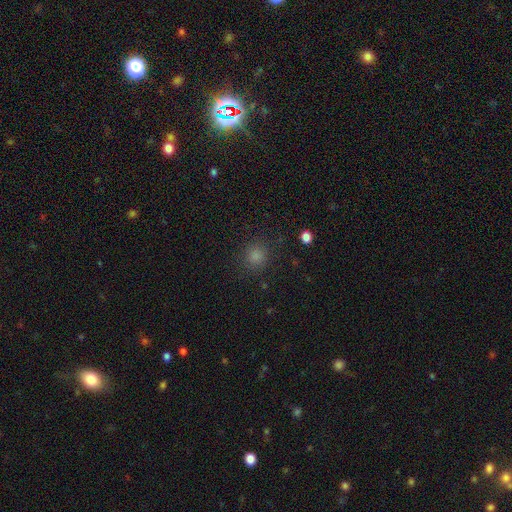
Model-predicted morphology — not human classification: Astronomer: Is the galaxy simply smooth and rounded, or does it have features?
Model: smooth — 75%.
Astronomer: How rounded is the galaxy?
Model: round — 90%.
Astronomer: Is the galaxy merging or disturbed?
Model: none — 88%.